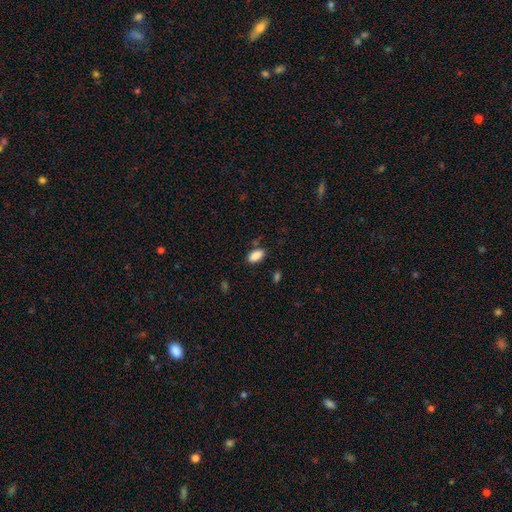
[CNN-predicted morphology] A smooth galaxy with no disk features (89%) that is in between round and cigar-shaped (93%).

Vote fractions:
- Smooth or featured? smooth: 89% / star or artifact: 8% / featured or disk: 4%
- How rounded? in between: 93% / cigar-shaped: 4% / round: 4%
- Merging? none: 80% / minor disturbance: 13% / merger: 3% / major disturbance: 3%